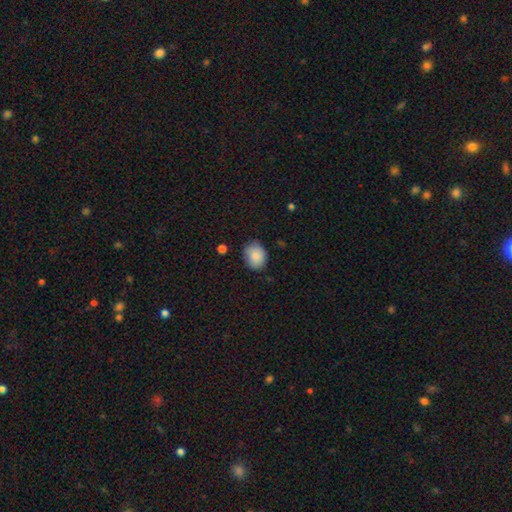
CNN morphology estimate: Smooth or featured? Predicted: smooth (p=0.87). How rounded? Predicted: round (p=0.53). Merging? Predicted: none (p=0.77).